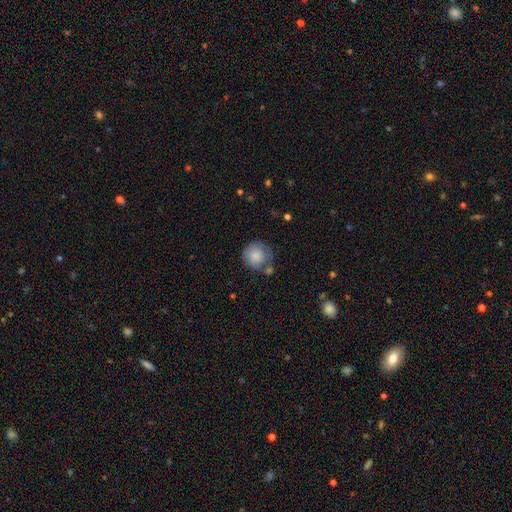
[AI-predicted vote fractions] Q: Smooth or featured?
A: smooth (83%); runner-up: featured or disk (10%)
Q: How rounded?
A: round (92%); runner-up: in between (7%)
Q: Merging?
A: none (61%); runner-up: minor disturbance (19%)